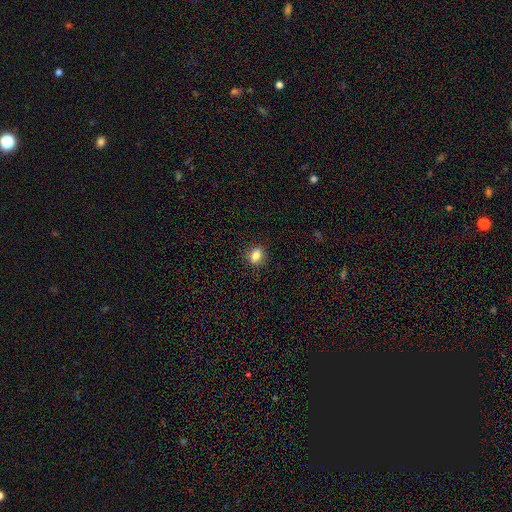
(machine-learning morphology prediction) Q: Smooth or featured?
A: smooth (81%); runner-up: star or artifact (11%)
Q: How rounded?
A: in between (60%); runner-up: round (37%)
Q: Merging?
A: none (86%); runner-up: minor disturbance (10%)